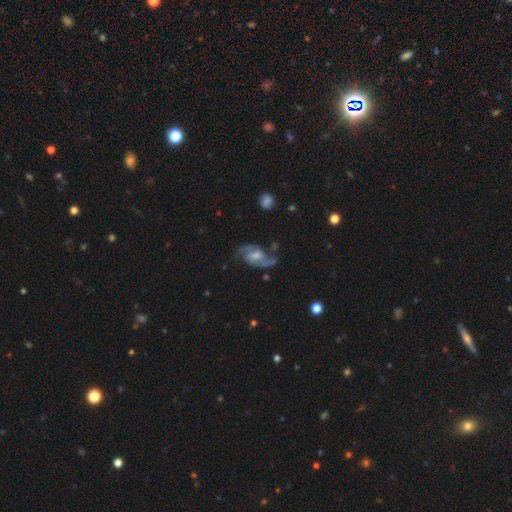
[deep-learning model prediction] Smooth or featured? Predicted: featured or disk (p=0.85). Edge-on disk? Predicted: no (p=0.97). Bar? Predicted: weak (p=0.51). Spiral arms? Predicted: yes (p=0.95). Spiral winding? Predicted: medium (p=0.47). Spiral arm count? Predicted: 2 (p=0.91). Bulge size? Predicted: moderate (p=0.48). Merging? Predicted: none (p=0.67).